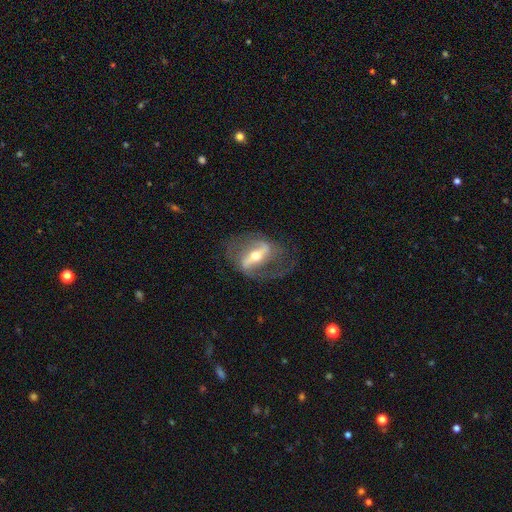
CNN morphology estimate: Overall: featured or disk (86%). Edge-on disk: no (90%). Bar: strong (68%). Spiral arms: yes (87%). Spiral arm count: 2 (84%). Spiral winding: loose (45%; medium 41%). Bulge size: moderate (62%; small 32%). Merging: none (64%).